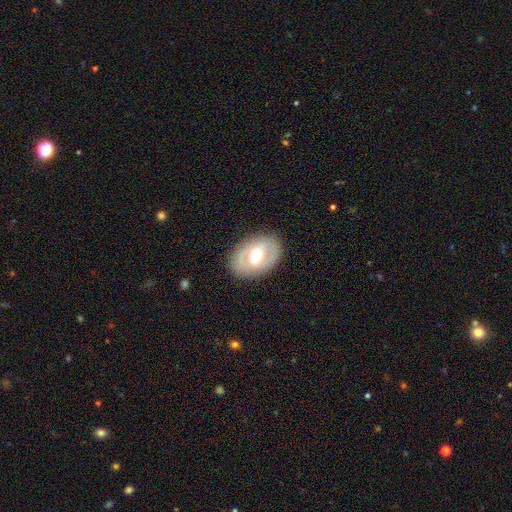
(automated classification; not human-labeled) Smooth or featured? featured or disk (57%)
Edge-on disk? no (92%)
Bar? weak (45%)
Spiral arms? no (66%)
Bulge size? moderate (66%)
Merging? none (83%)